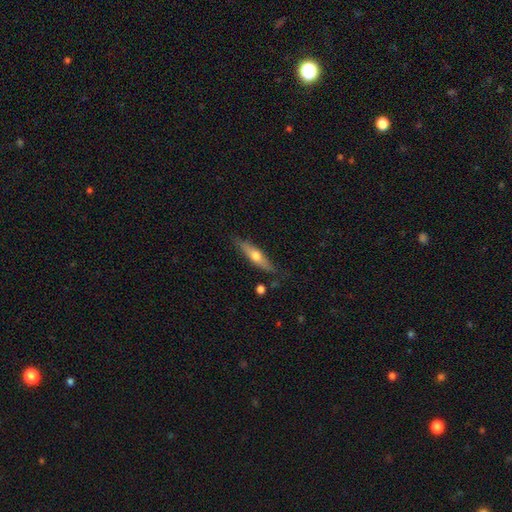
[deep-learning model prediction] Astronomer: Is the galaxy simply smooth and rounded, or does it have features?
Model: smooth — 50% (runner-up: featured or disk, 44%).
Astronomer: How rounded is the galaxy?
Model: cigar-shaped — 72%.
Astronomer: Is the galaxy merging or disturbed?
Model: none — 81%.